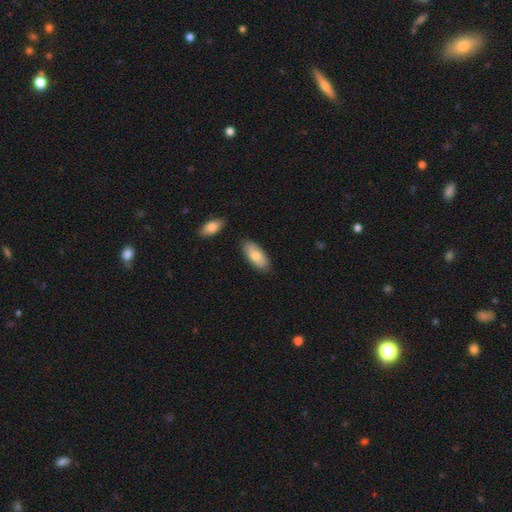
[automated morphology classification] The model was most divided on "smooth or featured": smooth: 78%, featured or disk: 17%, star or artifact: 6%. More confident: how rounded — in between (89%); merging — none (82%).